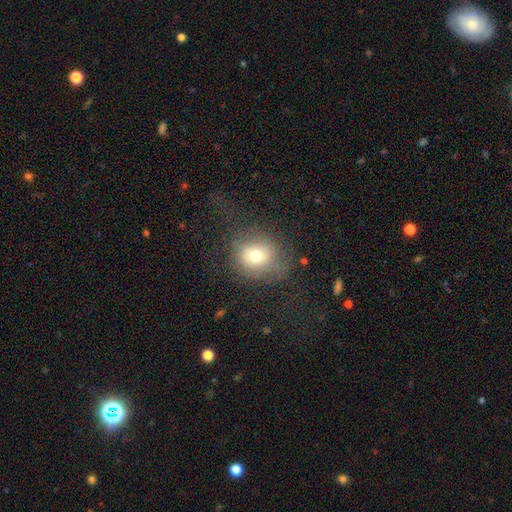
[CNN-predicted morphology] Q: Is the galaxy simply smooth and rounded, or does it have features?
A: smooth — 68%.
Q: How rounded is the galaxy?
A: round — 76%.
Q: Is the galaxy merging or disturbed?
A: none — 53%.